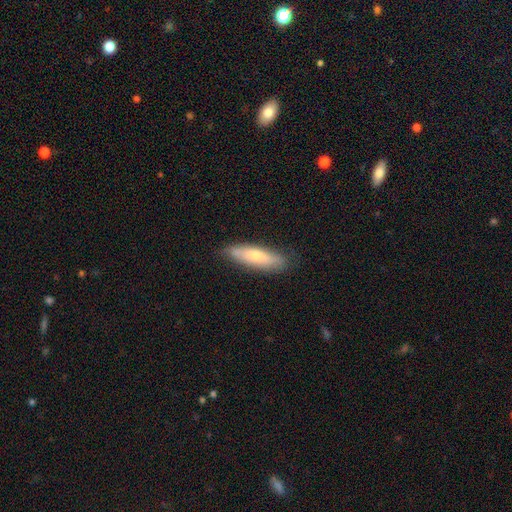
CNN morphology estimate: A smooth galaxy with no disk features (65%) that is cigar-shaped (58%). Merging: none (81%).